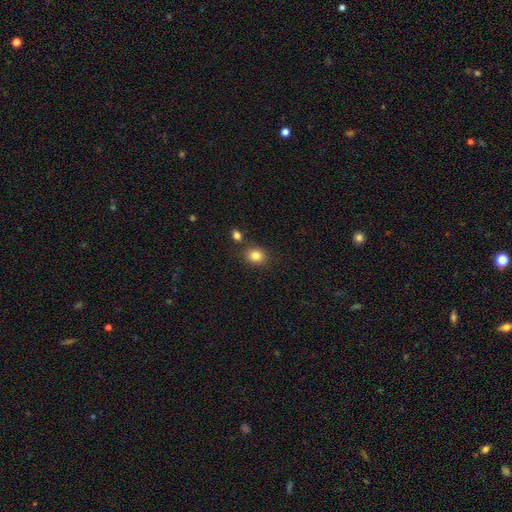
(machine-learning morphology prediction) This is clearly a smooth galaxy (82%). How rounded: likely round (68%). Merging: likely none (78%).